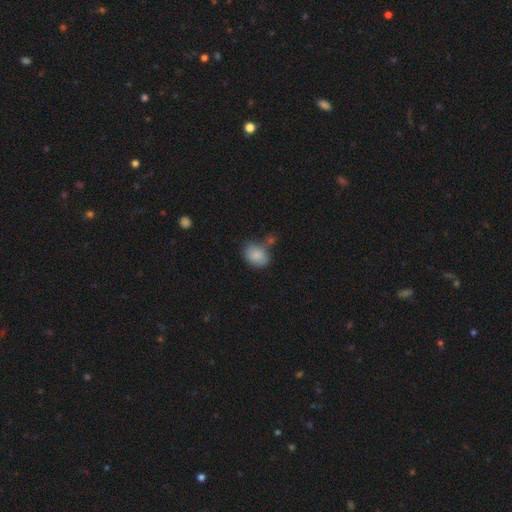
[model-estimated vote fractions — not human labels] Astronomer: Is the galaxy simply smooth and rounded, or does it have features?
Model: smooth — 85%.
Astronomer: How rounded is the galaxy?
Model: in between — 63%.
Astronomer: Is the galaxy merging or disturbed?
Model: none — 58%.